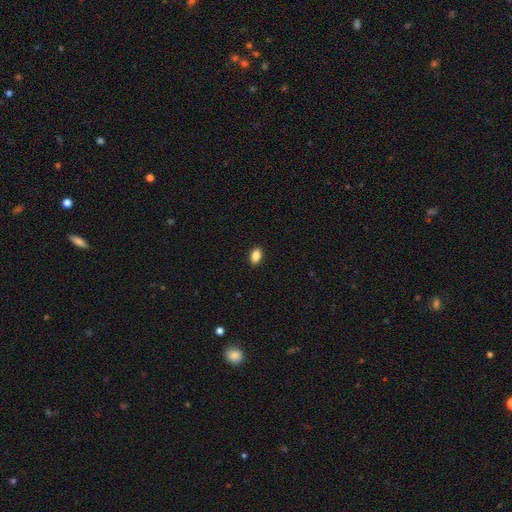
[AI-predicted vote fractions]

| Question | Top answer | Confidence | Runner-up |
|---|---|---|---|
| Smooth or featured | smooth | 88% | star or artifact (8%) |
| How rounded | in between | 89% | round (8%) |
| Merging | none | 90% | minor disturbance (7%) |